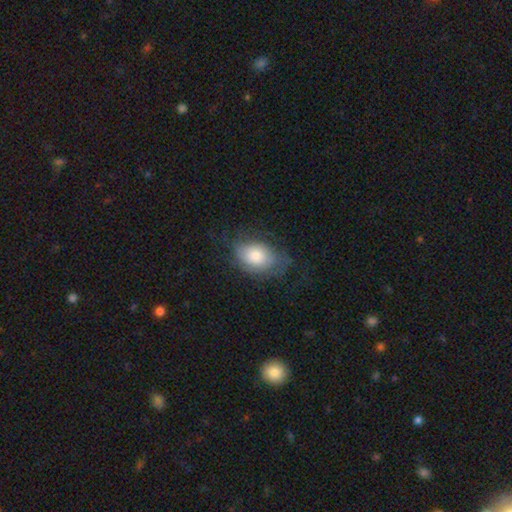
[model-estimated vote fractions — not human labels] A smooth galaxy with no disk features (63%) that is in between round and cigar-shaped (81%).

Vote fractions:
- Smooth or featured? smooth: 63% / featured or disk: 29% / star or artifact: 8%
- How rounded? in between: 81% / round: 17% / cigar-shaped: 1%
- Merging? none: 58% / minor disturbance: 25% / major disturbance: 16% / merger: 1%